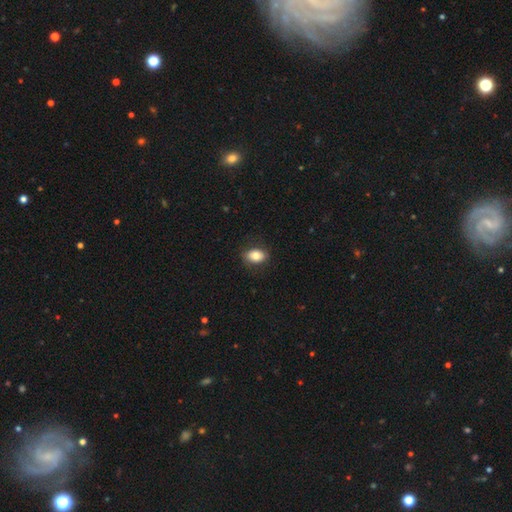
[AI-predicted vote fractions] This appears to be a smooth galaxy with no disk features (80%) that is in between round and cigar-shaped (80%). Merging: none (84%).